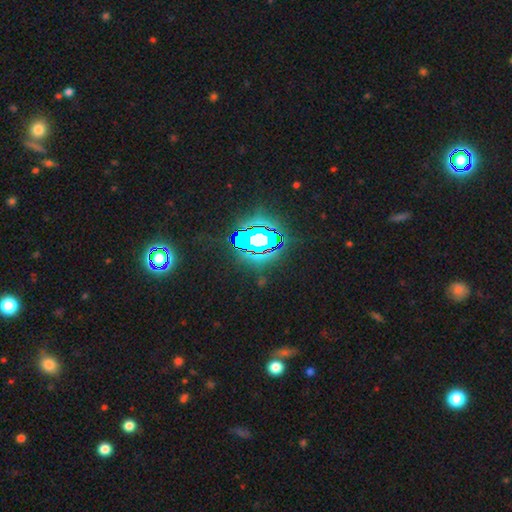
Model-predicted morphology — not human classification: Q: Smooth or featured?
A: star or artifact (83%); runner-up: smooth (10%)